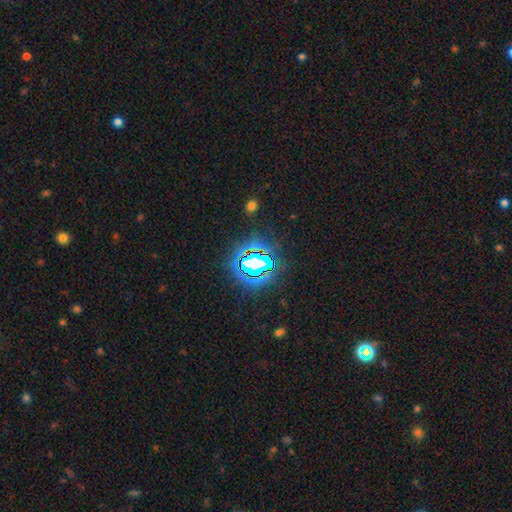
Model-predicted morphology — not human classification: A star or artifact, not a galaxy (83%).